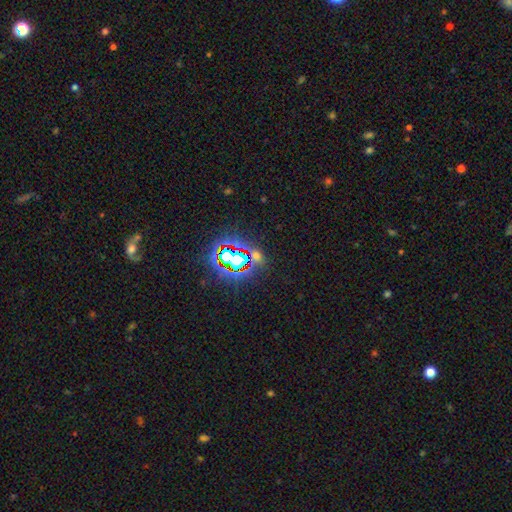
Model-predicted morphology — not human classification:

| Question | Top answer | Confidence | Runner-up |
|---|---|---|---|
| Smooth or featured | star or artifact | 64% | smooth (25%) |